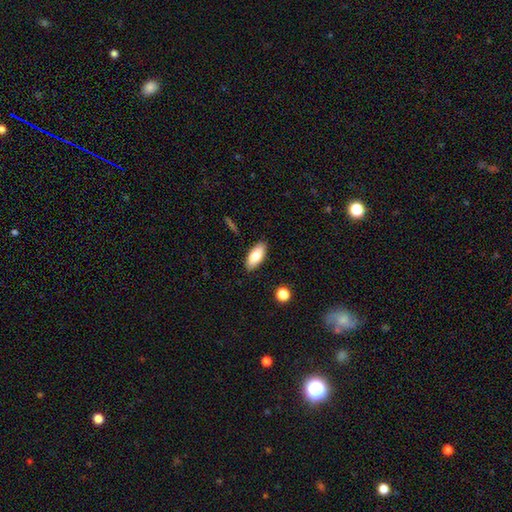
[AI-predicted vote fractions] The model was most divided on "smooth or featured": smooth: 79%, featured or disk: 14%, star or artifact: 7%. More confident: how rounded — in between (87%); merging — none (87%).